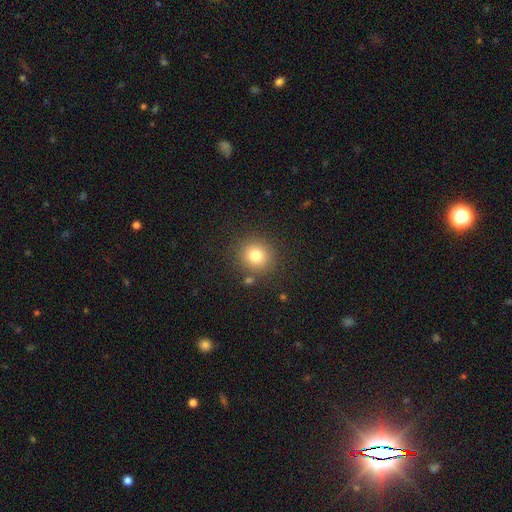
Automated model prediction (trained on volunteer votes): A smooth galaxy with no disk features (79%) that is round (90%). Merging: none (85%).